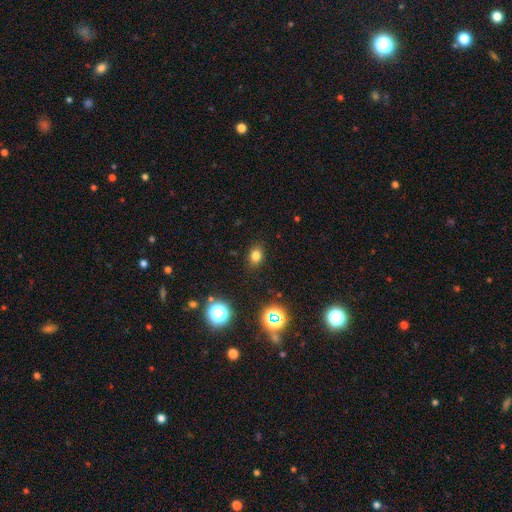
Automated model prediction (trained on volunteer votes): This appears to be a smooth galaxy with no disk features (76%) that is in between round and cigar-shaped (60%). Merging: none (87%).